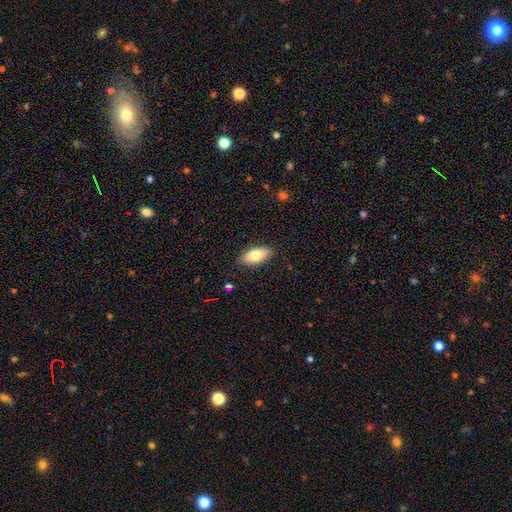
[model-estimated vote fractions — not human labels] Smooth or featured?
  - smooth: 75% *
  - featured or disk: 19%
  - star or artifact: 7%
How rounded?
  - in between: 86% *
  - cigar-shaped: 11%
  - round: 3%
Merging?
  - none: 85% *
  - minor disturbance: 11%
  - major disturbance: 2%
  - merger: 1%